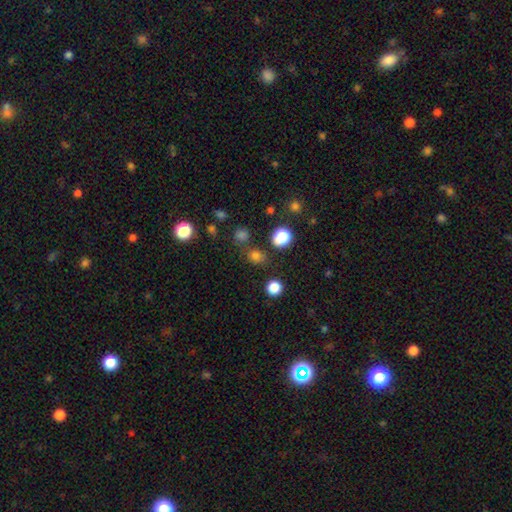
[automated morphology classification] smooth_or_featured: smooth (p=0.73) [alt: star or artifact p=0.21]
how_rounded: round (p=0.72) [alt: in between p=0.27]
merging: none (p=0.76) [alt: minor disturbance p=0.12]